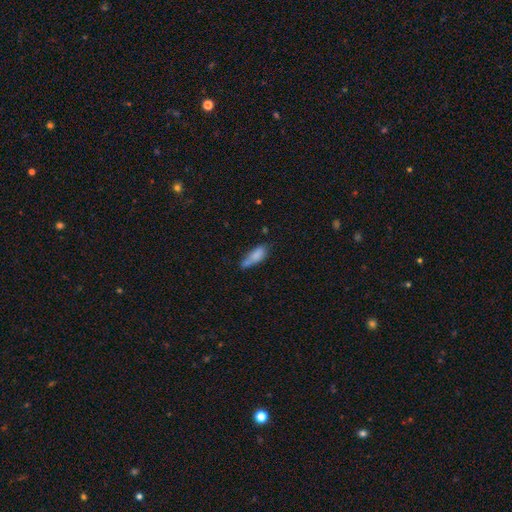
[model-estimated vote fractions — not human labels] Q: Smooth or featured?
A: smooth (79%); runner-up: featured or disk (12%)
Q: How rounded?
A: in between (71%); runner-up: cigar-shaped (26%)
Q: Merging?
A: none (41%); runner-up: minor disturbance (30%)